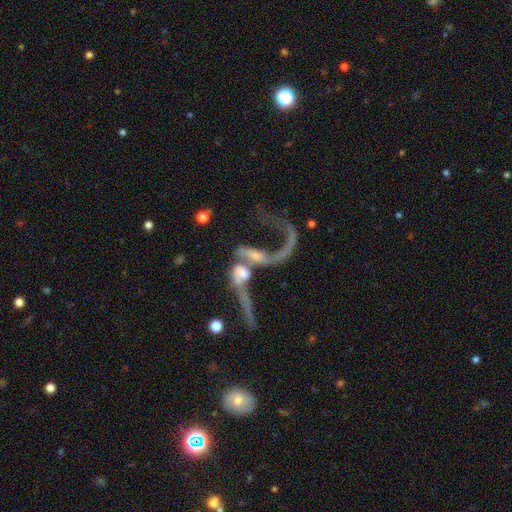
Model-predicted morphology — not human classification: Smooth or featured?
  - featured or disk: 69% *
  - smooth: 21%
  - star or artifact: 10%
Edge-on disk?
  - no: 87% *
  - yes: 13%
Bar?
  - no: 65% *
  - weak: 24%
  - strong: 11%
Spiral arms?
  - yes: 64% *
  - no: 36%
Bulge size?
  - moderate: 33% *
  - small: 30%
  - none: 22%
  - large: 11%
  - dominant: 4%
Merging?
  - merger: 65% *
  - major disturbance: 19%
  - none: 10%
  - minor disturbance: 6%